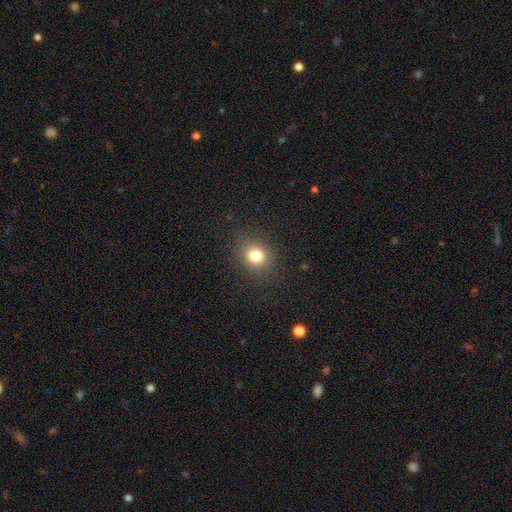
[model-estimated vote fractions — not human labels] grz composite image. It shows a smooth galaxy with no disk features (79%) that is round (72%). Merging: none (86%).